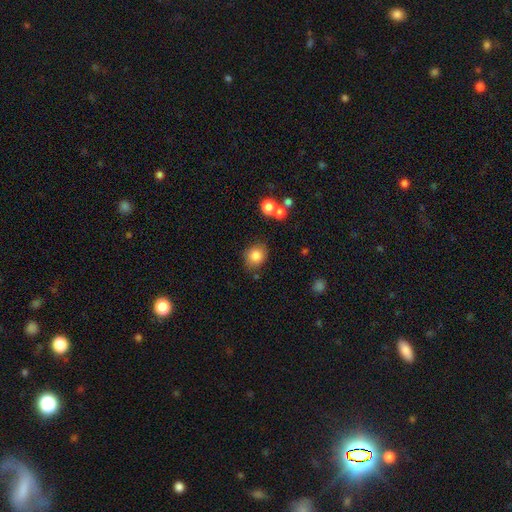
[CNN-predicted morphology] The model was most divided on "how rounded": round: 67%, in between: 32%, cigar-shaped: 1%. More confident: smooth or featured — smooth (84%); merging — none (77%).